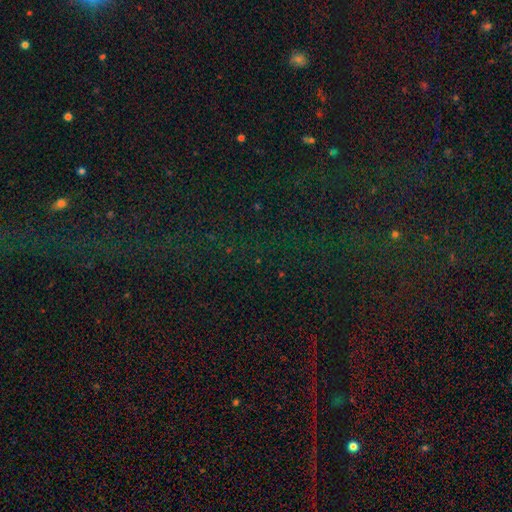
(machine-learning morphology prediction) The model was most divided on "smooth or featured": star or artifact: 79%, smooth: 11%, featured or disk: 10%.